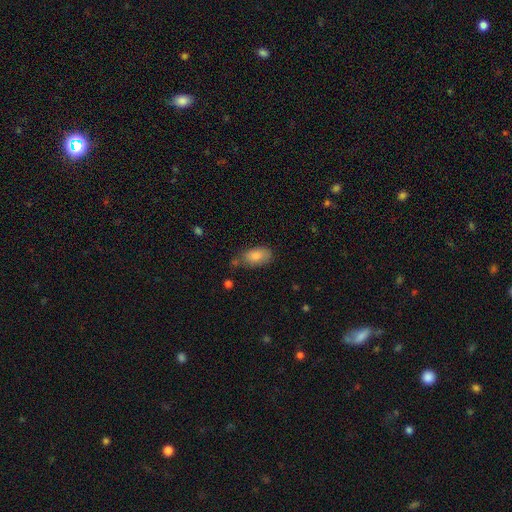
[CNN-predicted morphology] type=smooth (81%); roundness=in between (91%); merging=none (65%).